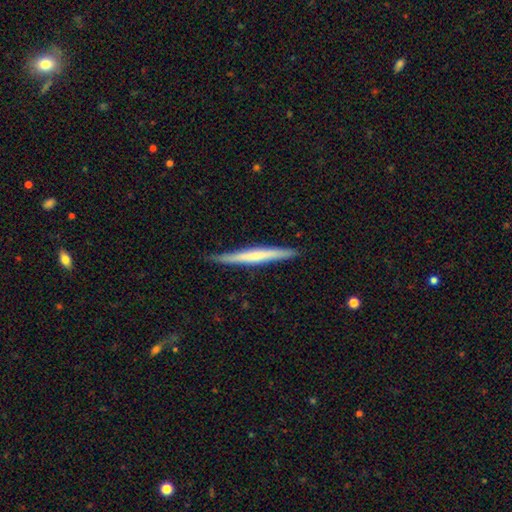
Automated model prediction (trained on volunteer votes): This is possibly a featured or disk galaxy (49%). Merging: clearly none (88%).